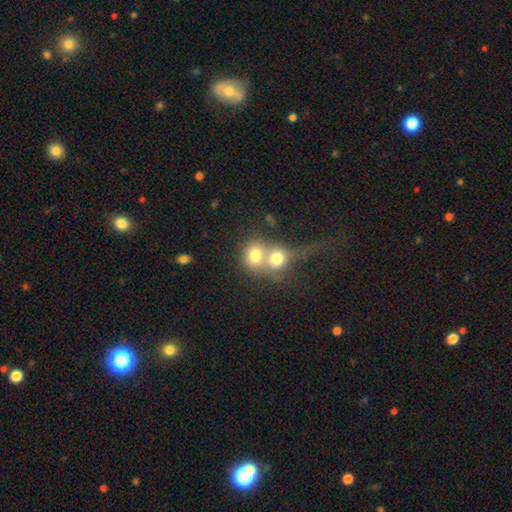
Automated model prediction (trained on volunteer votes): This is likely a smooth galaxy (71%). How rounded: likely round (68%). Merging: likely merger (68%).